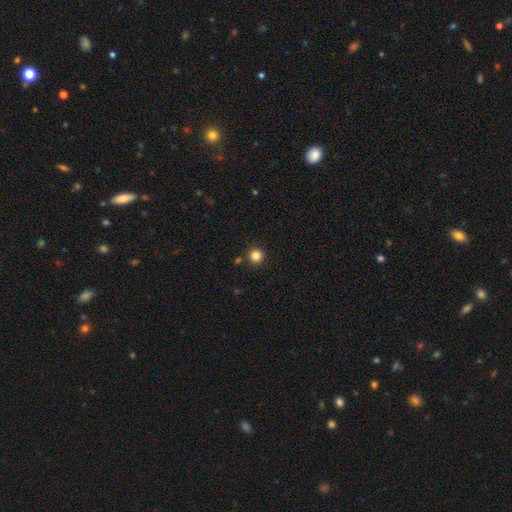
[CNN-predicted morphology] This appears to be a smooth galaxy with no disk features (85%) that is round (96%). Merging: none (90%).